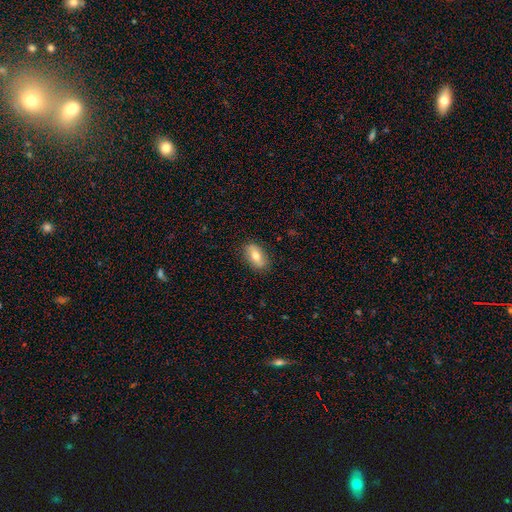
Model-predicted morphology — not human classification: This appears to be a smooth galaxy with no disk features (70%) that is in between round and cigar-shaped (88%). Merging: none (86%).